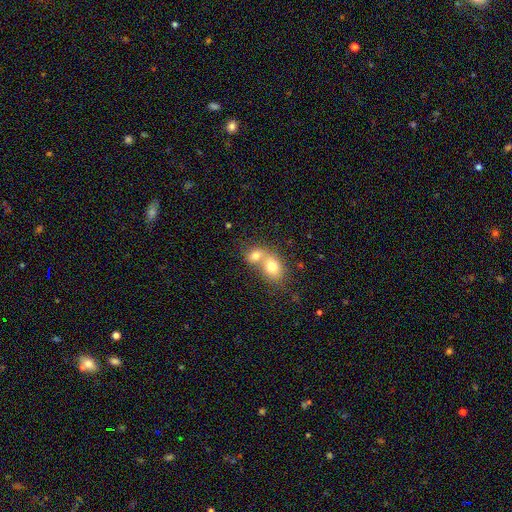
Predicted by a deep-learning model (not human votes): Smooth or featured? smooth (74%)
How rounded? in between (54%)
Merging? merger (72%)